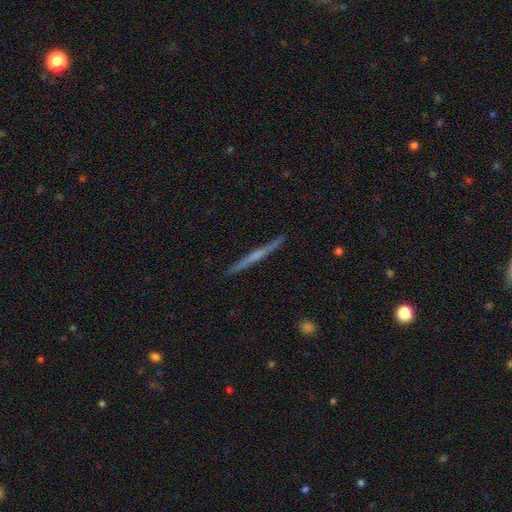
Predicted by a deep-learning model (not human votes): The model was most divided on "edge-on bulge": none: 63%, rounded: 28%, boxy: 9%. More confident: edge-on disk — yes (98%); merging — none (92%); smooth or featured — featured or disk (65%).